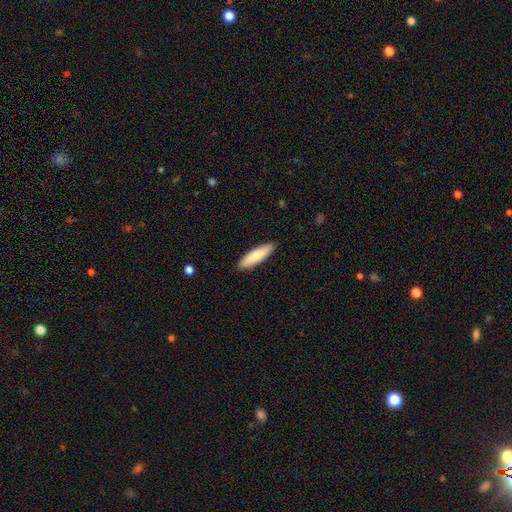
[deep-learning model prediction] Q: Smooth or featured?
A: smooth (79%); runner-up: featured or disk (16%)
Q: How rounded?
A: cigar-shaped (65%); runner-up: in between (34%)
Q: Merging?
A: none (89%); runner-up: minor disturbance (8%)